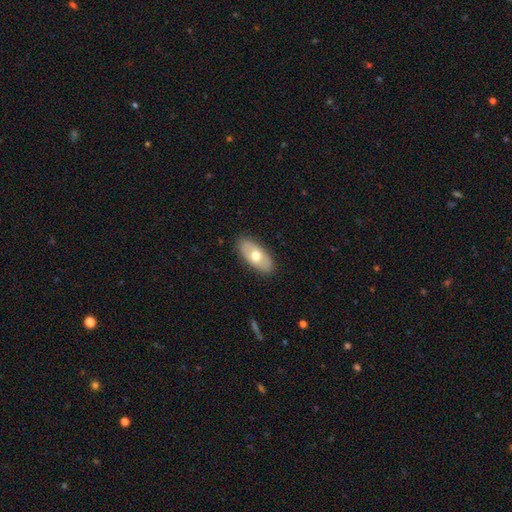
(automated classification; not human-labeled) Smooth or featured?
  - smooth: 60% *
  - featured or disk: 35%
  - star or artifact: 5%
How rounded?
  - in between: 90% *
  - cigar-shaped: 6%
  - round: 4%
Merging?
  - none: 87% *
  - minor disturbance: 10%
  - major disturbance: 2%
  - merger: 1%